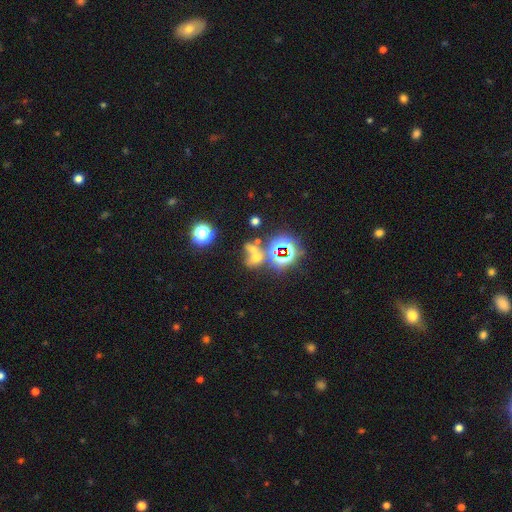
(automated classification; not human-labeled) Smooth or featured: star or artifact — 44% (smooth — 40%)